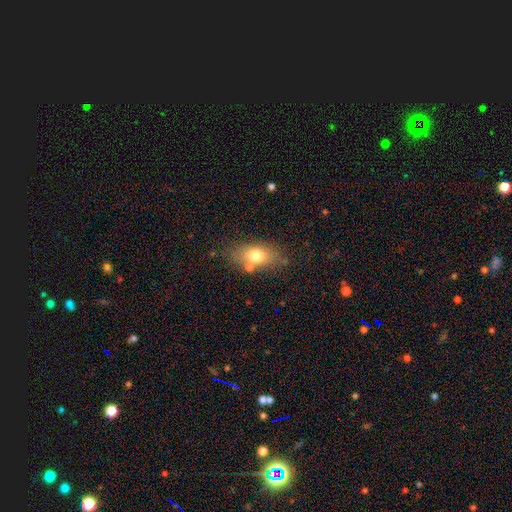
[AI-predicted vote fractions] A smooth galaxy with no disk features (71%) that is in between round and cigar-shaped (83%). Merging: none (71%).